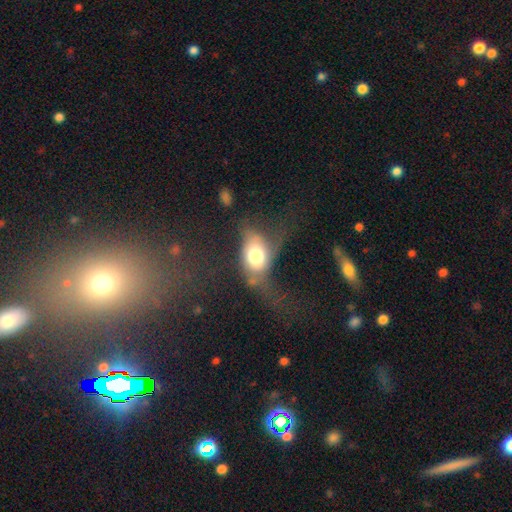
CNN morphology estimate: Q: Smooth or featured?
A: smooth (57%); runner-up: featured or disk (33%)
Q: How rounded?
A: in between (75%); runner-up: round (22%)
Q: Merging?
A: major disturbance (41%); runner-up: none (29%)